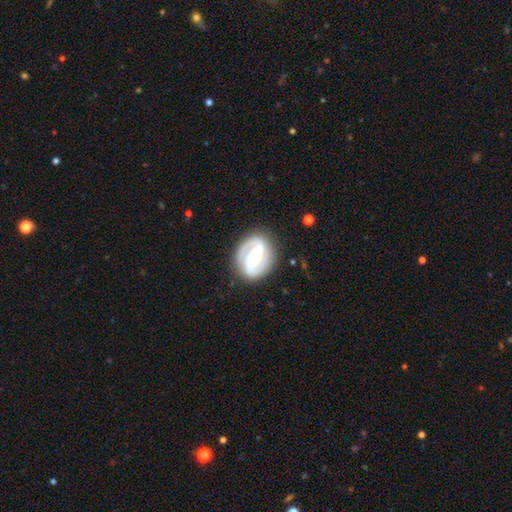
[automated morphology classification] This is clearly a featured or disk galaxy (88%). It is clearly not viewed edge-on (97%). Bar: likely strong (70%). Spiral arm pattern: clearly yes (91%). Spiral arm count: clearly 2 (91%). Spiral winding: marginally medium (45%). Central bulge: likely moderate (63%). Merging: clearly none (84%).